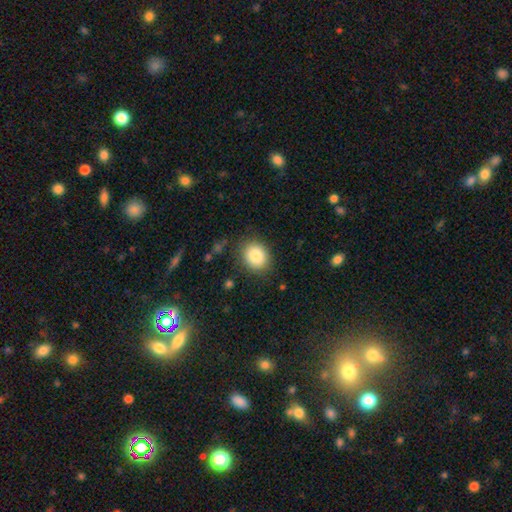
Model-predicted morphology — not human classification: Smooth or featured: smooth — 84% (star or artifact — 9%)
How rounded: round — 67% (in between — 32%)
Merging: none — 85% (minor disturbance — 10%)